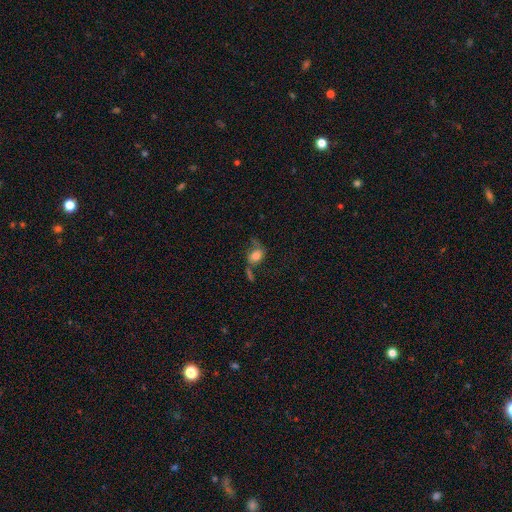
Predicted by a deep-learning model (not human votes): Smooth or featured?
  - smooth: 55% *
  - featured or disk: 33%
  - star or artifact: 12%
How rounded?
  - in between: 70% *
  - round: 28%
  - cigar-shaped: 2%
Merging?
  - none: 35% *
  - major disturbance: 26%
  - minor disturbance: 21%
  - merger: 18%